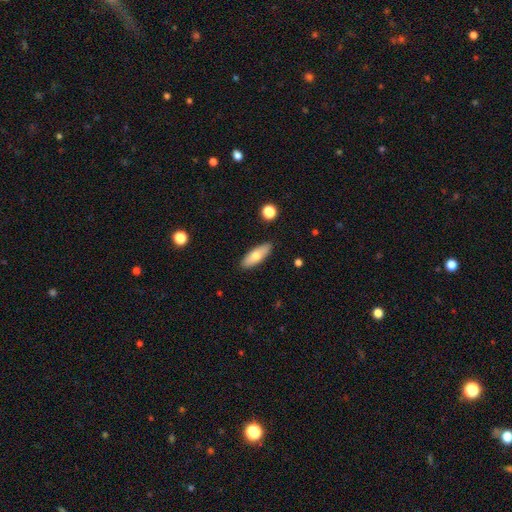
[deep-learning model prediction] This appears to be a smooth galaxy with no disk features (70%) that is in between round and cigar-shaped (65%). Merging: none (87%).